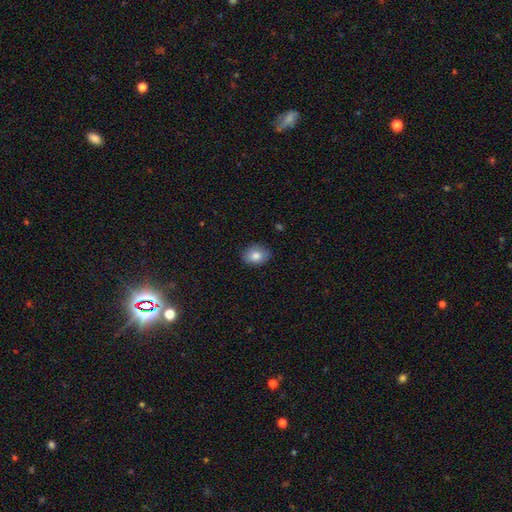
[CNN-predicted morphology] Smooth or featured? smooth (83%)
How rounded? in between (66%)
Merging? none (84%)